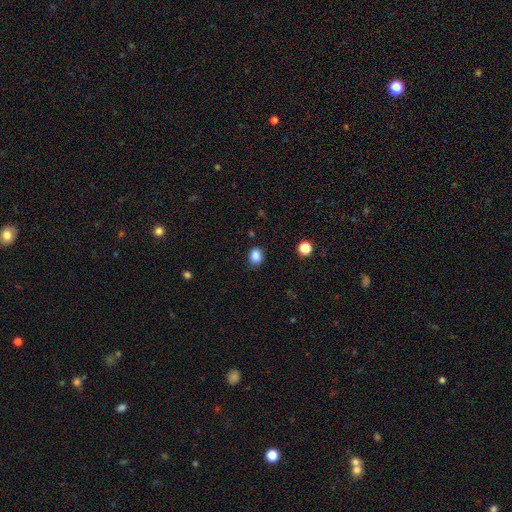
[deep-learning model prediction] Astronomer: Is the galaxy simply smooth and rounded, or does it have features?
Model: smooth — 86%.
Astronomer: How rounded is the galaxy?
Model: in between — 57% (runner-up: round, 43%).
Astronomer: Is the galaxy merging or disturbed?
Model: none — 84%.